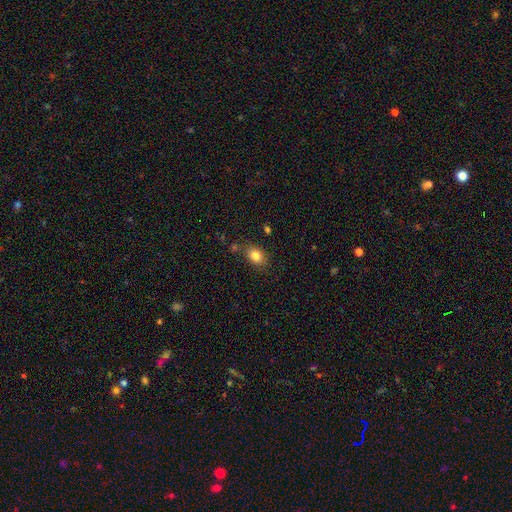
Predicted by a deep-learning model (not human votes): smooth-or-featured: smooth: 83% | star or artifact: 10% | featured or disk: 7%
  how-rounded: in between: 70% | round: 29% | cigar-shaped: 1%
  merging: none: 77% | minor disturbance: 14% | merger: 5% | major disturbance: 3%